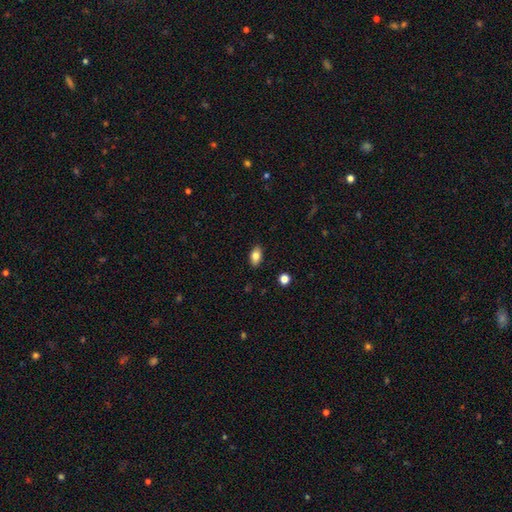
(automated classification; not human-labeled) This appears to be a smooth galaxy with no disk features (80%) that is in between round and cigar-shaped (90%). Merging: none (88%).